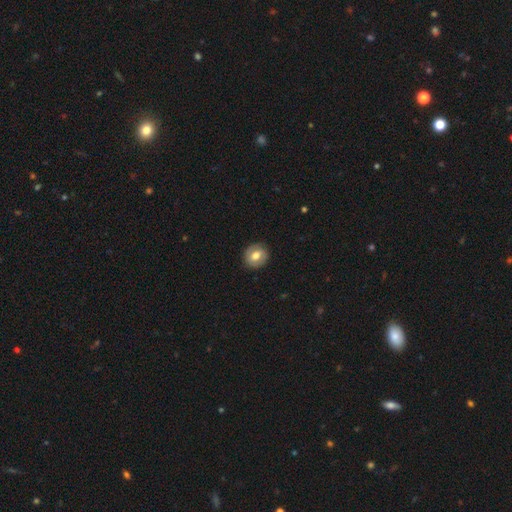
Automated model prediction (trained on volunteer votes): This is likely a smooth galaxy (63%). How rounded: clearly round (80%). Merging: clearly none (87%).